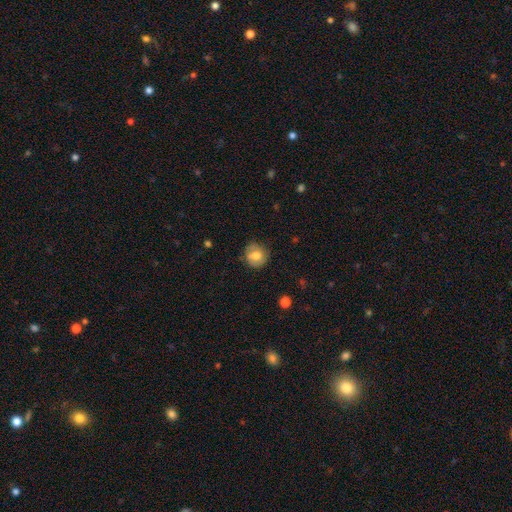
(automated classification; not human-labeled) A smooth galaxy with no disk features (71%) that is round (86%).

Vote fractions:
- Smooth or featured? smooth: 71% / featured or disk: 20% / star or artifact: 9%
- How rounded? round: 86% / in between: 13% / cigar-shaped: 1%
- Merging? none: 76% / minor disturbance: 18% / major disturbance: 4% / merger: 1%